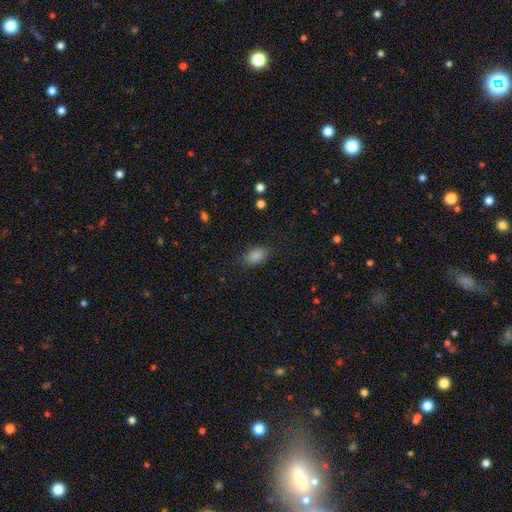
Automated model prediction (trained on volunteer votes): smooth 87%, star or artifact 9%, featured or disk 4%. Down the decision tree: how rounded — in between (85%); merging — none (81%).